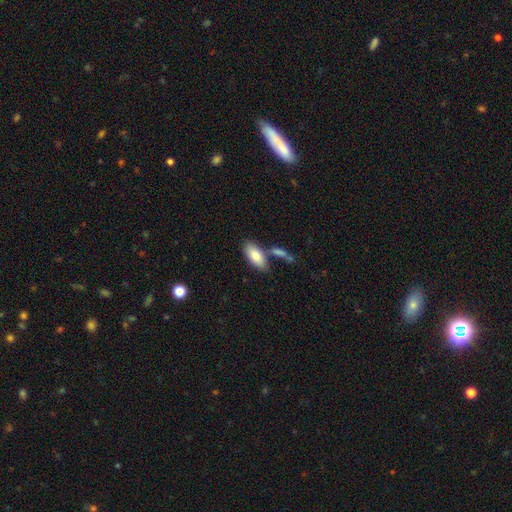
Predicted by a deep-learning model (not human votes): Overall: smooth (83%). How rounded: in between (89%). Merging: none (62%).